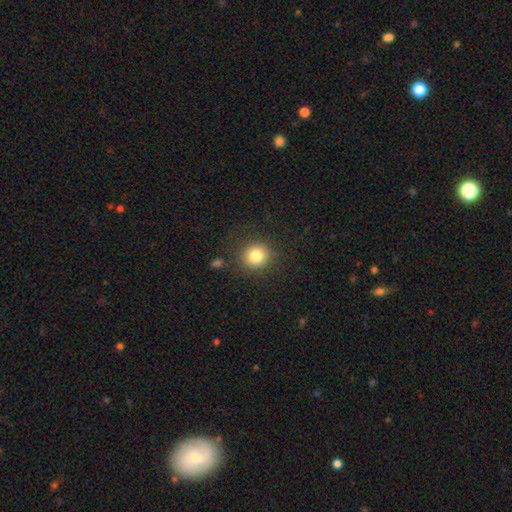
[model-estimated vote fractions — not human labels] smooth 82%, star or artifact 11%, featured or disk 7%. Down the decision tree: how rounded — round (88%); merging — none (86%).